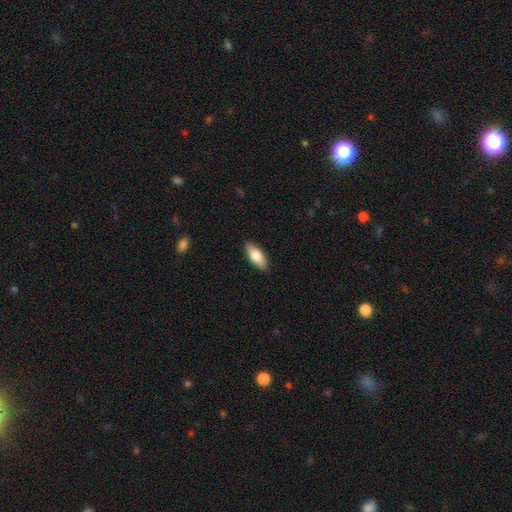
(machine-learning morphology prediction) smooth 77%, featured or disk 17%, star or artifact 6%. Down the decision tree: how rounded — in between (78%); merging — none (89%).